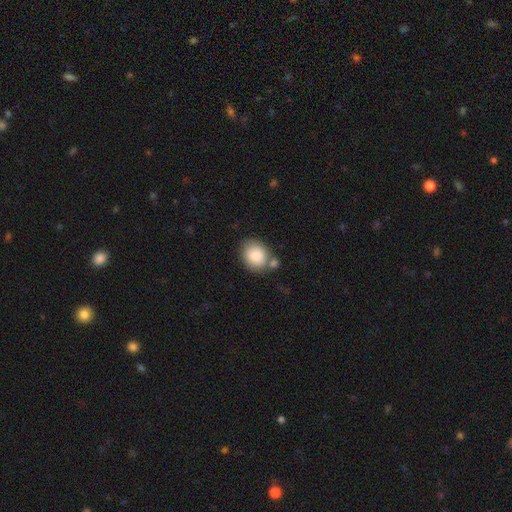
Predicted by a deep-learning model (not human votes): Morphology: type=smooth (84%); roundness=round (56%); merging=none (61%).